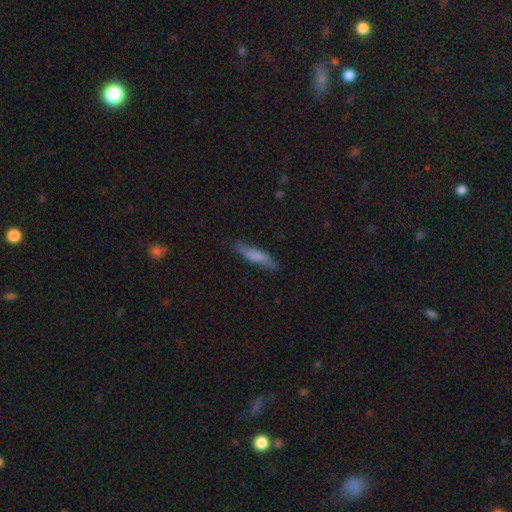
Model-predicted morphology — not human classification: This appears to be a smooth galaxy with no disk features (74%) that is cigar-shaped (80%). Merging: none (81%).